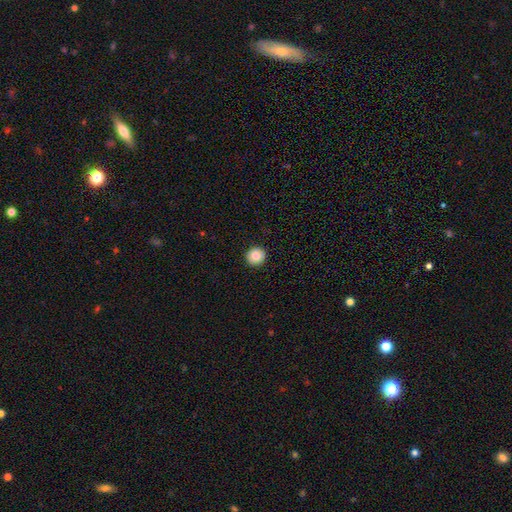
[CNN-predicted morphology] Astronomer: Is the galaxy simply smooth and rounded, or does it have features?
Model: smooth — 82%.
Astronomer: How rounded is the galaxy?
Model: round — 94%.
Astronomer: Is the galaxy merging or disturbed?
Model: none — 93%.